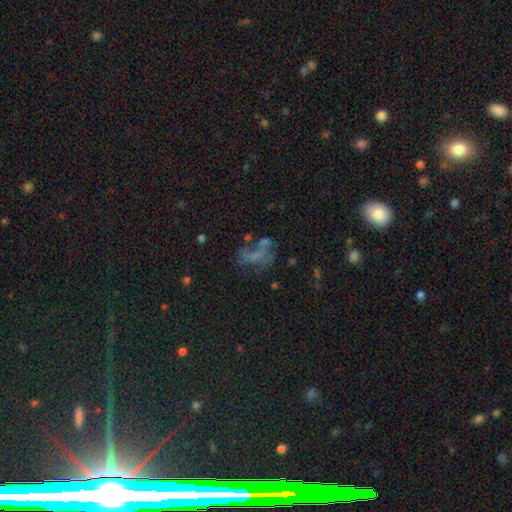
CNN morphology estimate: Smooth or featured: featured or disk — 42% (smooth — 32%)
Merging: none — 35% (major disturbance — 32%)